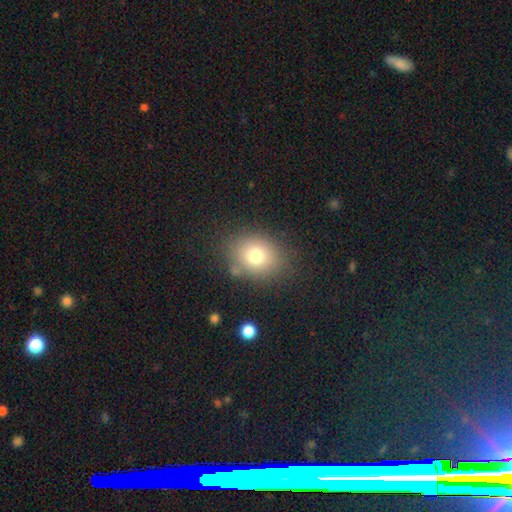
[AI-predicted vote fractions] smooth-or-featured: smooth: 74% | star or artifact: 14% | featured or disk: 12%
  how-rounded: round: 53% | in between: 46% | cigar-shaped: 1%
  merging: none: 77% | minor disturbance: 14% | major disturbance: 6% | merger: 3%